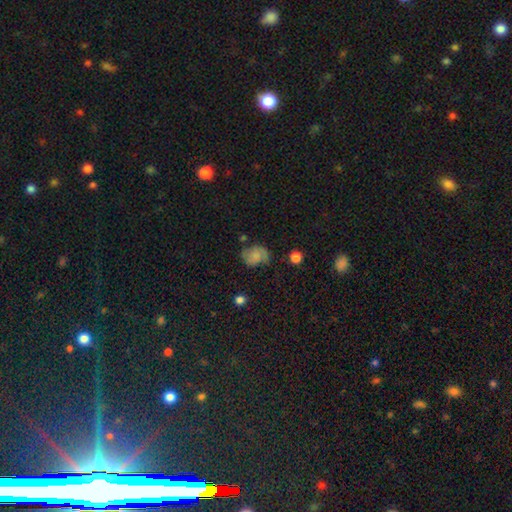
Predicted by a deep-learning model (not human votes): Smooth or featured? Predicted: smooth (p=0.57). How rounded? Predicted: in between (p=0.53). Merging? Predicted: none (p=0.55).